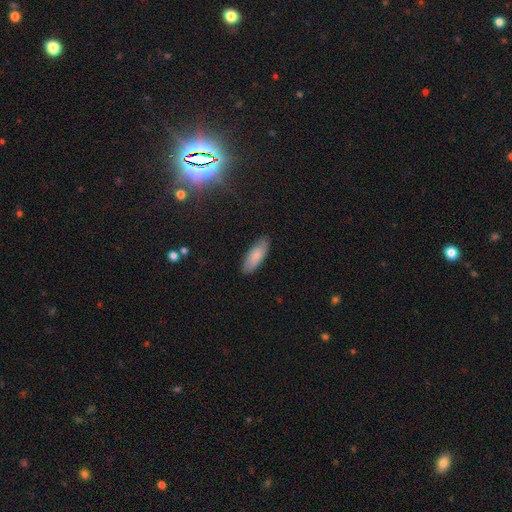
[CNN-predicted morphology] A smooth galaxy with no disk features (82%) that is in between round and cigar-shaped (67%). Merging: none (86%).